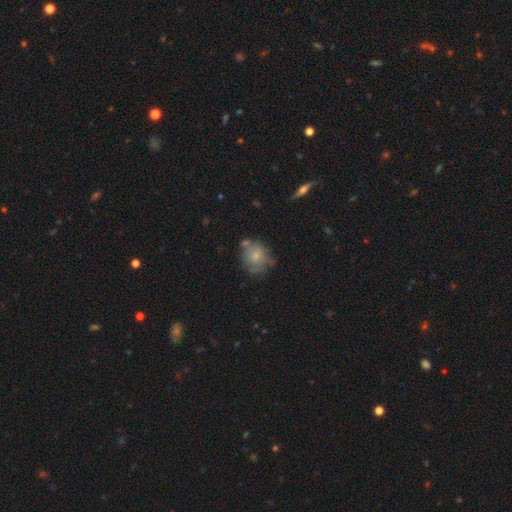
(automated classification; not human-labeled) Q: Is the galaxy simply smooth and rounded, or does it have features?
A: smooth — 66%.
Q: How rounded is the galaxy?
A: round — 68%.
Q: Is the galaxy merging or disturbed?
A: none — 53%.